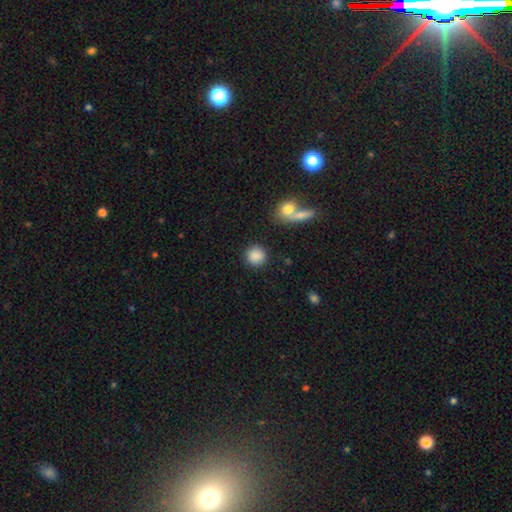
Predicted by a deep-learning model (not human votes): Smooth or featured?
  - smooth: 87% *
  - star or artifact: 9%
  - featured or disk: 4%
How rounded?
  - round: 91% *
  - in between: 8%
  - cigar-shaped: 1%
Merging?
  - none: 85% *
  - minor disturbance: 7%
  - merger: 5%
  - major disturbance: 3%